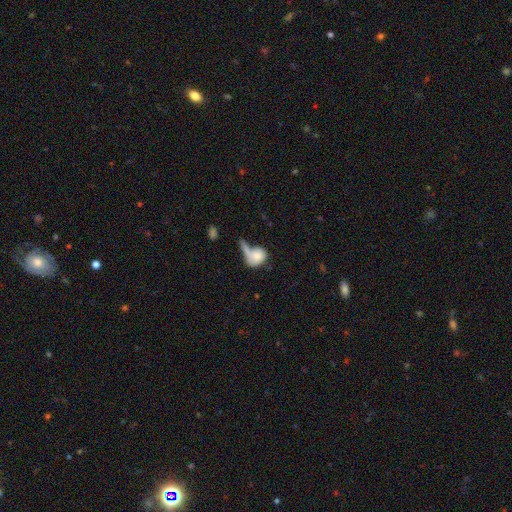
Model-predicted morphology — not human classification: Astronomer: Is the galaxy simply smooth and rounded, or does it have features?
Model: smooth — 70%.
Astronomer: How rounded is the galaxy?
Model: in between — 49%, tied with round at 49%.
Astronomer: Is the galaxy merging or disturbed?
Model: major disturbance — 32% (runner-up: merger, 31%).